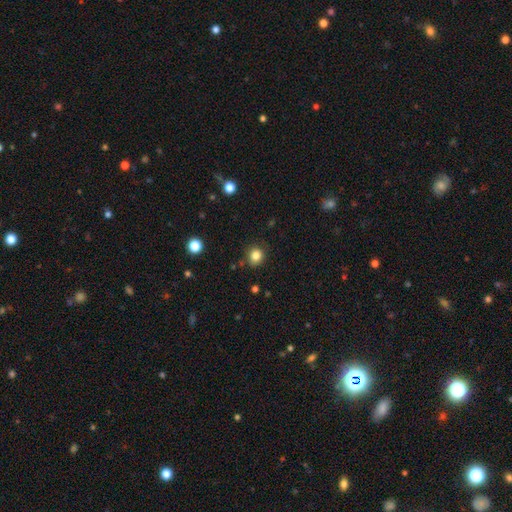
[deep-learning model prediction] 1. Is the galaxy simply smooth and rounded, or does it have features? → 83% smooth, 12% star or artifact, 5% featured or disk.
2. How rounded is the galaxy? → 84% round, 15% in between, 1% cigar-shaped.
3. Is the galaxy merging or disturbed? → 85% none, 10% minor disturbance, 3% major disturbance, 2% merger.